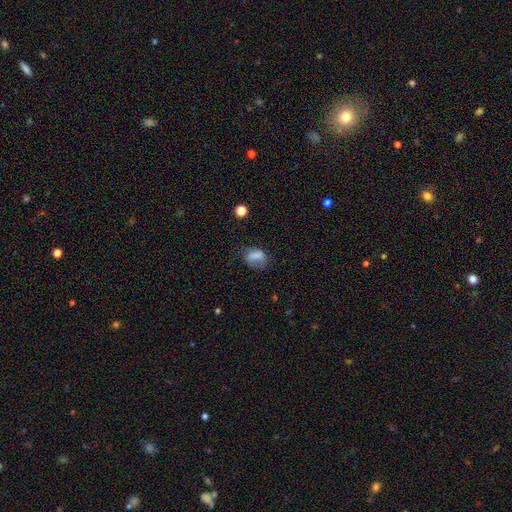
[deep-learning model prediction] smooth-or-featured: smooth: 72% | featured or disk: 16% | star or artifact: 12%
  how-rounded: in between: 73% | round: 25% | cigar-shaped: 2%
  merging: none: 41% | minor disturbance: 31% | major disturbance: 25% | merger: 3%